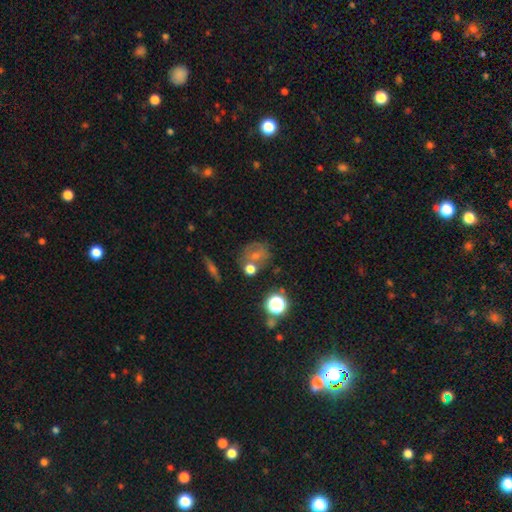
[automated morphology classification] This is possibly a smooth galaxy (56%). How rounded: likely round (71%). Merging: possibly none (52%).